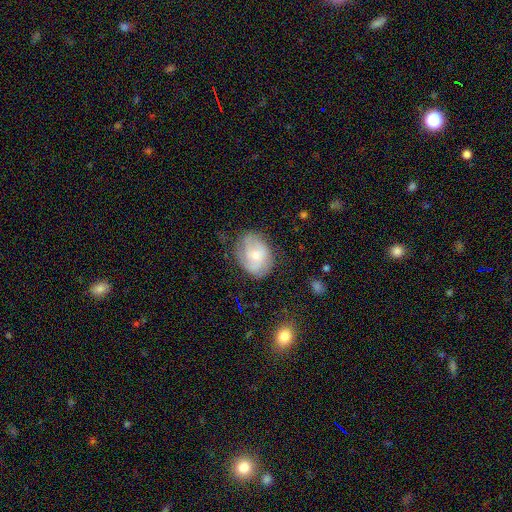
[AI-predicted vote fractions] featured or disk 53%, smooth 40%, star or artifact 8%. Down the decision tree: edge-on disk — no (97%); bar — no (58%); spiral arms — yes (79%); bulge size — small (49%); merging — none (62%).